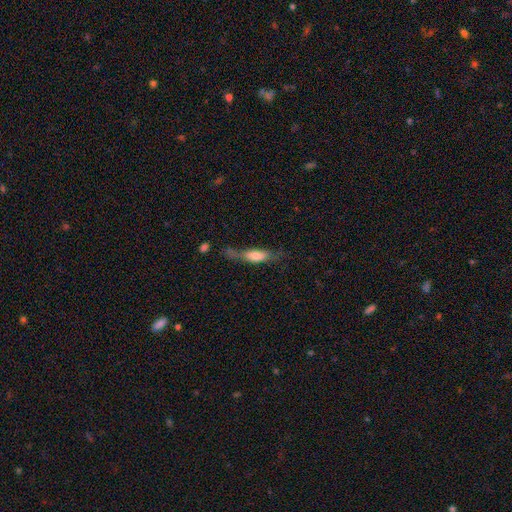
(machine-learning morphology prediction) Smooth or featured? smooth (63%)
How rounded? cigar-shaped (53%)
Merging? none (44%)